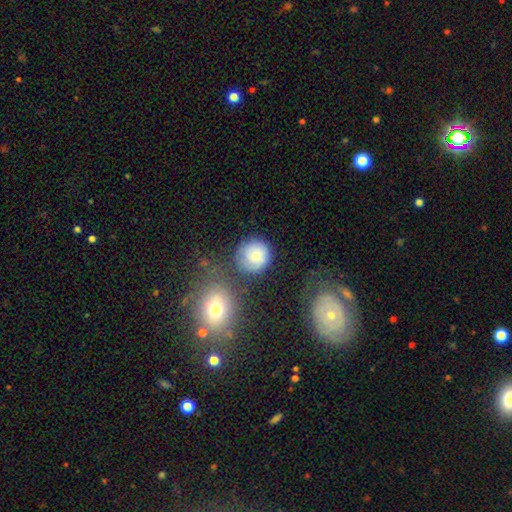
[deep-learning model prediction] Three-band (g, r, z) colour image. It shows a smooth galaxy with no disk features (70%) that is round (89%). Merging: none (66%).